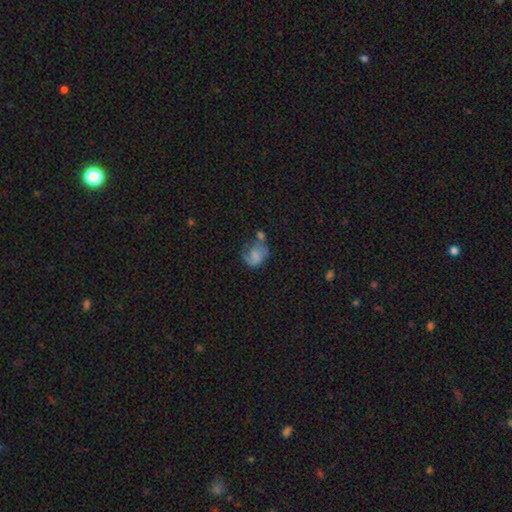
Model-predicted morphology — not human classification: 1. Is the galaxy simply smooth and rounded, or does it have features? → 48% featured or disk, 41% smooth, 11% star or artifact.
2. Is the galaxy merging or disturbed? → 32% none, 26% major disturbance, 23% minor disturbance, 18% merger.